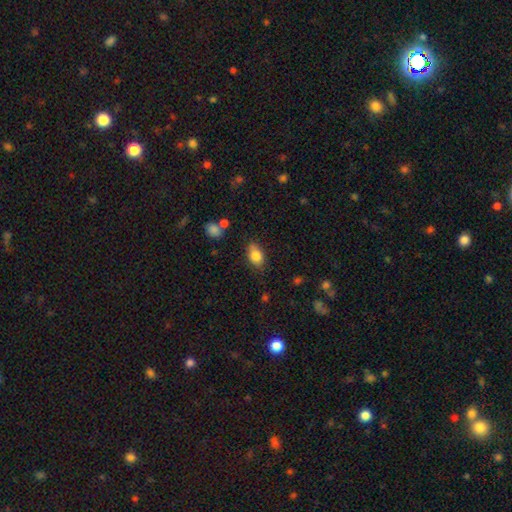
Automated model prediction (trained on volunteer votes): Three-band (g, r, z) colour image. It shows a smooth galaxy with no disk features (83%) that is in between round and cigar-shaped (86%). Merging: none (76%).